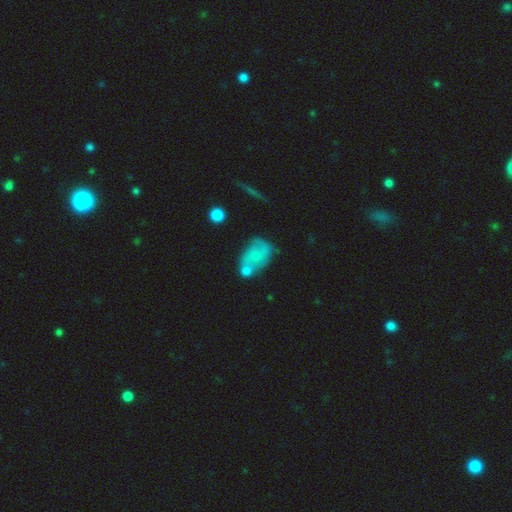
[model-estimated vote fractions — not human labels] Morphology: type=featured or disk (47%); merging=none (38%).